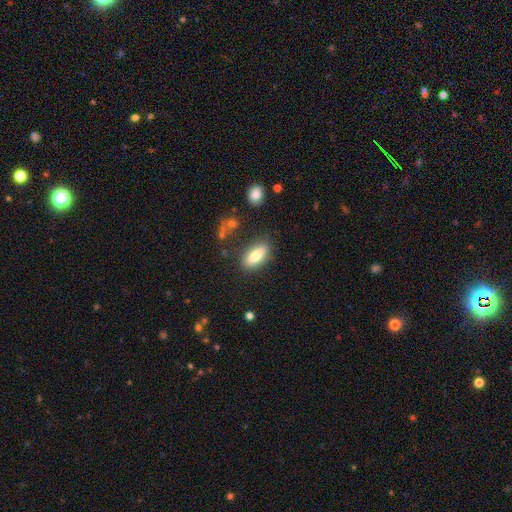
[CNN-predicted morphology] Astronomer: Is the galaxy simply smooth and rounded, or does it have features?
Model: smooth — 75%.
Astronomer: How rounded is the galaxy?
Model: in between — 83%.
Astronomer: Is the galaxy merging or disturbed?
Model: none — 80%.